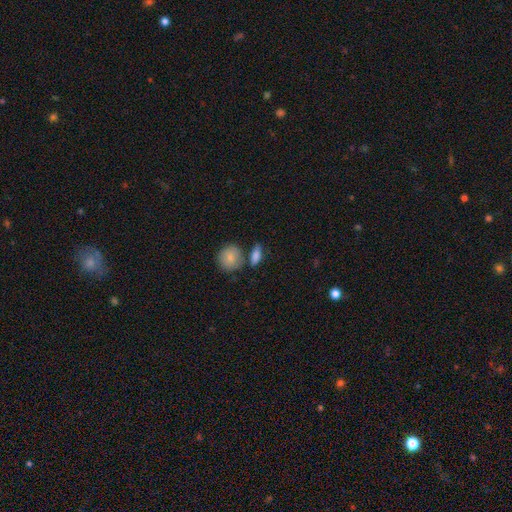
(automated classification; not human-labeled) Morphology: type=smooth (78%); roundness=in between (61%); merging=none (64%).